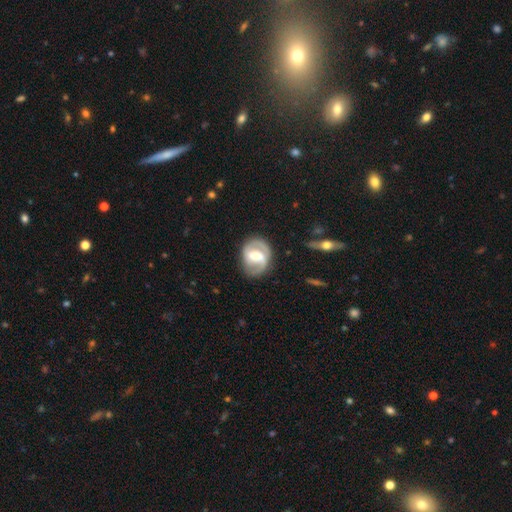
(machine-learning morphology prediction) featured or disk 77%, smooth 18%, star or artifact 5%. Down the decision tree: edge-on disk — no (97%); bar — weak (43%); spiral arms — yes (85%); spiral arm count — 2 (82%); spiral winding — medium (48%); bulge size — moderate (59%); merging — none (75%).